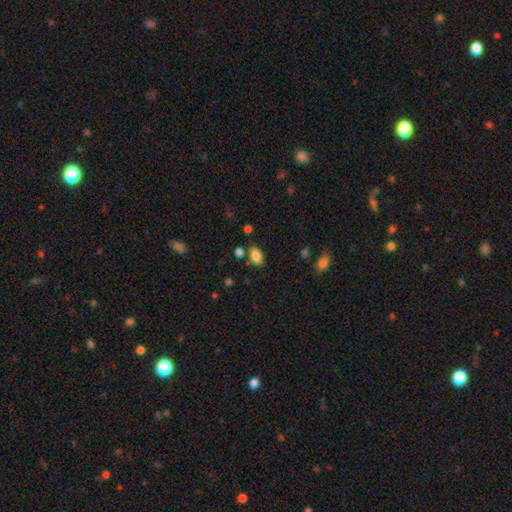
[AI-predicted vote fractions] Q: Smooth or featured?
A: smooth (85%); runner-up: star or artifact (9%)
Q: How rounded?
A: in between (87%); runner-up: round (12%)
Q: Merging?
A: none (78%); runner-up: minor disturbance (12%)